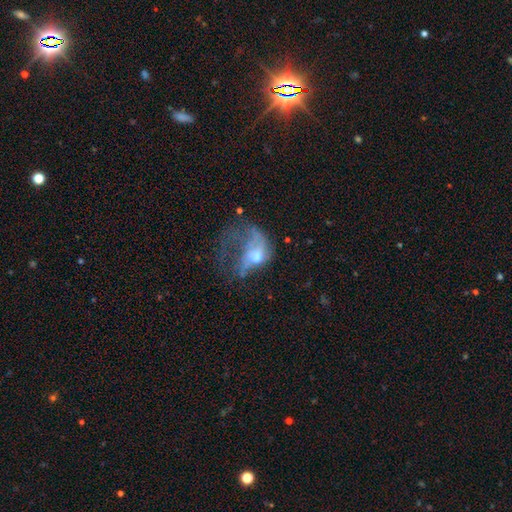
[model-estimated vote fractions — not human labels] Smooth or featured? Predicted: featured or disk (p=0.57). Edge-on disk? Predicted: no (p=0.96). Bar? Predicted: no (p=0.78). Spiral arms? Predicted: no (p=0.63). Bulge size? Predicted: moderate (p=0.54). Merging? Predicted: major disturbance (p=0.65).